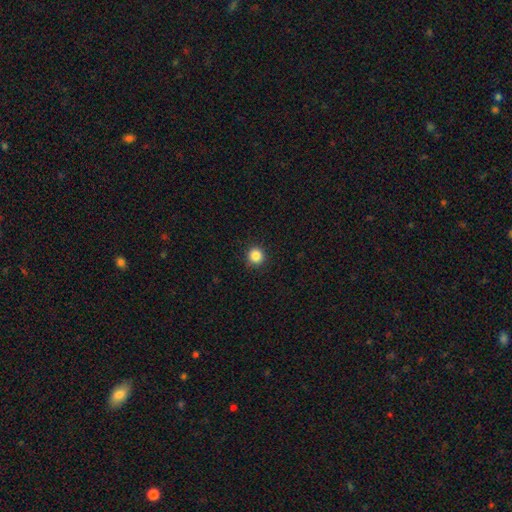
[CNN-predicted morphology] Smooth or featured?
  - smooth: 86% *
  - star or artifact: 11%
  - featured or disk: 3%
How rounded?
  - round: 95% *
  - in between: 4%
  - cigar-shaped: 1%
Merging?
  - none: 92% *
  - minor disturbance: 5%
  - major disturbance: 2%
  - merger: 1%